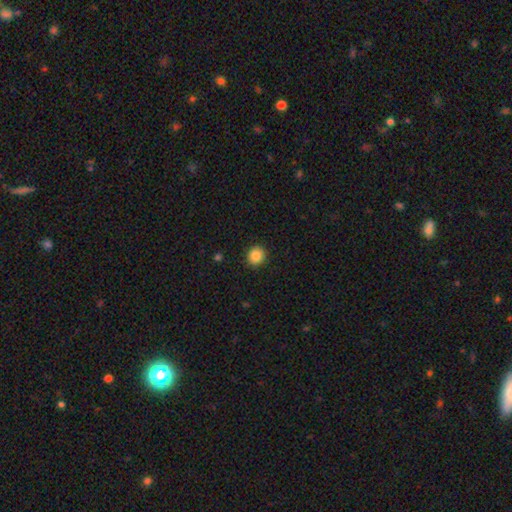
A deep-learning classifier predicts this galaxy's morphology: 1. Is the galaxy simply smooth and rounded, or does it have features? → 86% smooth, 10% star or artifact, 4% featured or disk.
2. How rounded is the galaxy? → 85% round, 14% in between, 1% cigar-shaped.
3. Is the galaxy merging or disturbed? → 90% none, 7% minor disturbance, 2% major disturbance, 1% merger.